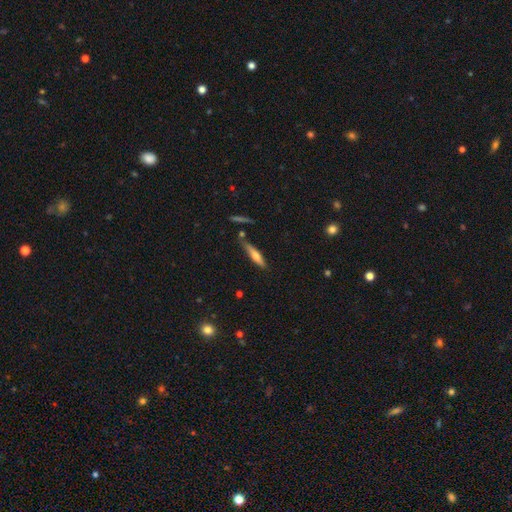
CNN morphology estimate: This appears to be a smooth galaxy with no disk features (56%) that is cigar-shaped (83%). Merging: none (72%).